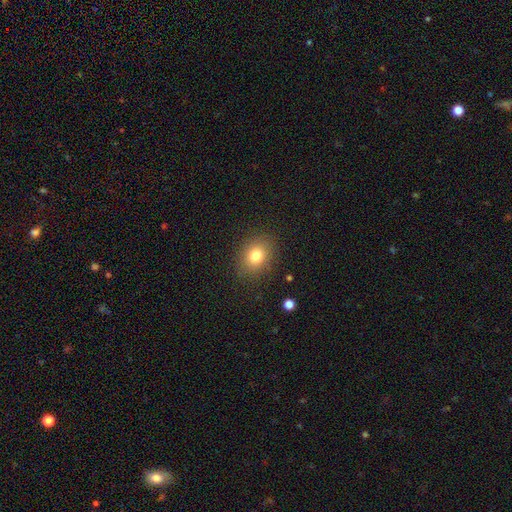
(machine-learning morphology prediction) type=smooth (79%); roundness=round (51%); merging=none (85%).